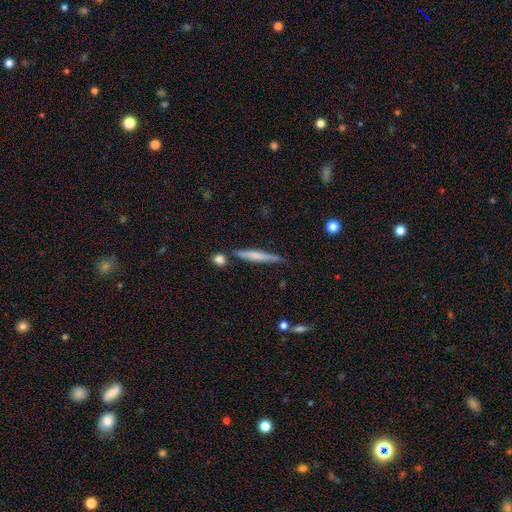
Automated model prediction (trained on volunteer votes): This is possibly a smooth galaxy (55%). How rounded: clearly cigar-shaped (94%). Merging: likely none (78%).